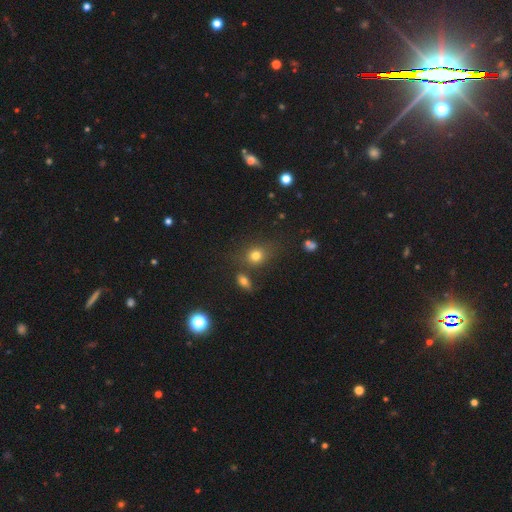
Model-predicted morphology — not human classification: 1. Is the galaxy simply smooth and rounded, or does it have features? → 75% smooth, 16% star or artifact, 9% featured or disk.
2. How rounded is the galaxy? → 65% round, 34% in between, 2% cigar-shaped.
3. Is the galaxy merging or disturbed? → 67% none, 14% minor disturbance, 13% merger, 6% major disturbance.